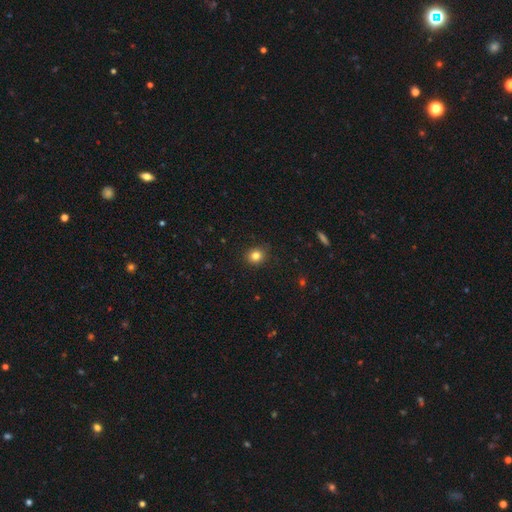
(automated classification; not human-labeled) Smooth or featured?
  - smooth: 82% *
  - star or artifact: 12%
  - featured or disk: 6%
How rounded?
  - round: 80% *
  - in between: 19%
  - cigar-shaped: 1%
Merging?
  - none: 88% *
  - minor disturbance: 9%
  - major disturbance: 2%
  - merger: 1%